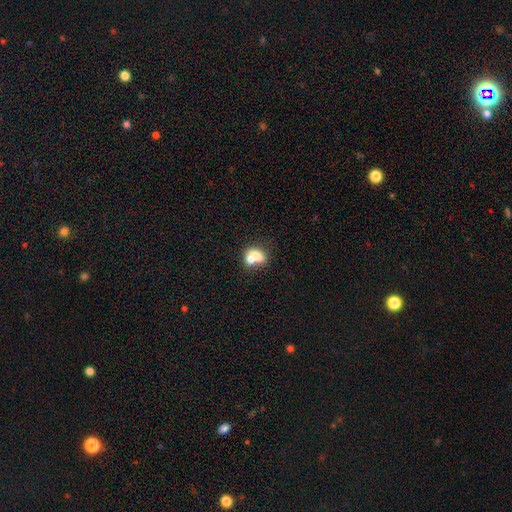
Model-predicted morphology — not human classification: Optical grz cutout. It shows a smooth galaxy with no disk features (69%) that is in between round and cigar-shaped (61%). Merging: merger (57%).